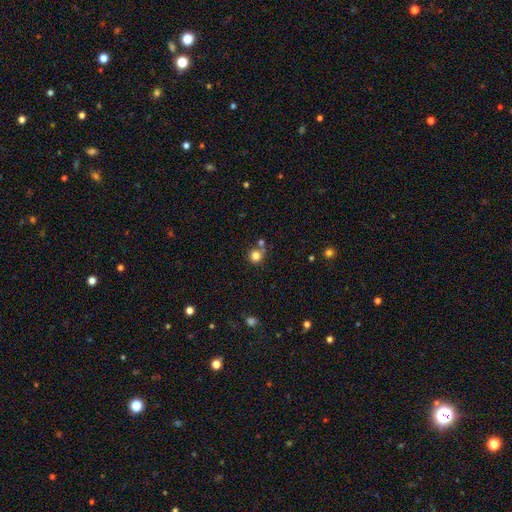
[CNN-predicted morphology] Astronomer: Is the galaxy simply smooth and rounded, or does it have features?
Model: smooth — 80%.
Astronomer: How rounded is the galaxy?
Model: round — 93%.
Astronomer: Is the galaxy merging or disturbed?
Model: none — 69%.